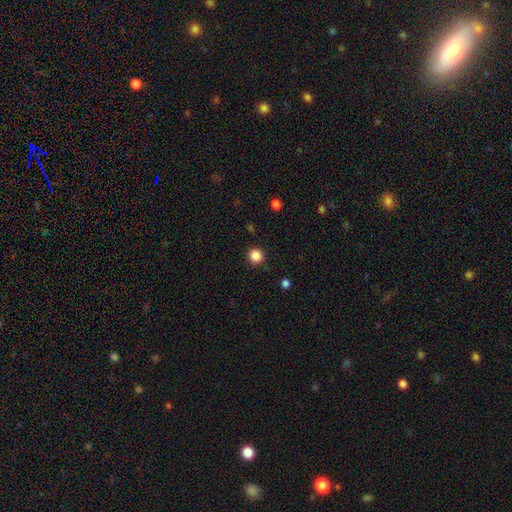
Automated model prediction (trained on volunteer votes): Smooth or featured?
  - smooth: 86% *
  - star or artifact: 12%
  - featured or disk: 3%
How rounded?
  - round: 94% *
  - in between: 5%
  - cigar-shaped: 1%
Merging?
  - none: 91% *
  - minor disturbance: 6%
  - major disturbance: 2%
  - merger: 1%